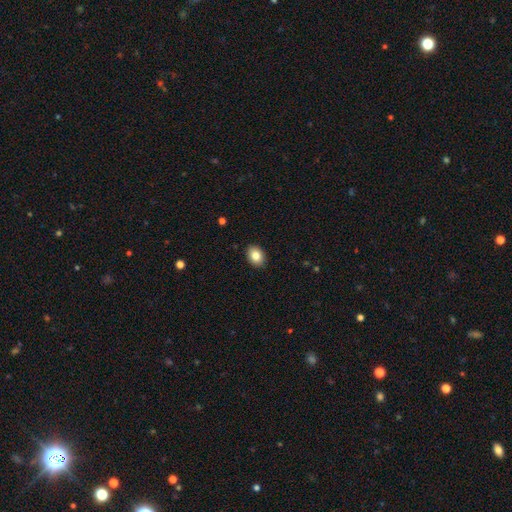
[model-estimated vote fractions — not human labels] Q: Smooth or featured?
A: smooth (84%); runner-up: star or artifact (8%)
Q: How rounded?
A: in between (71%); runner-up: round (28%)
Q: Merging?
A: none (90%); runner-up: minor disturbance (8%)